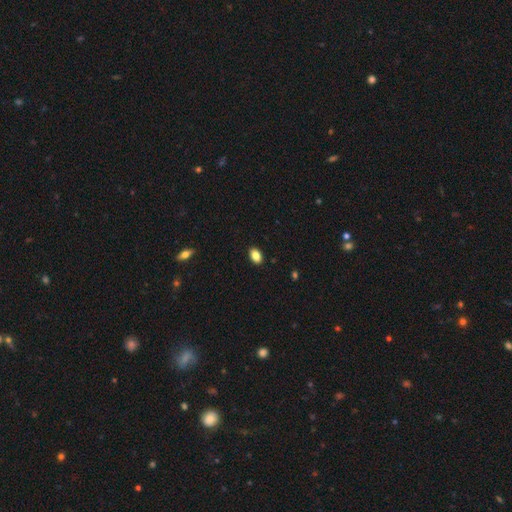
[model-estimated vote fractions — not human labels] Smooth or featured? Predicted: smooth (p=0.87). How rounded? Predicted: in between (p=0.85). Merging? Predicted: none (p=0.90).